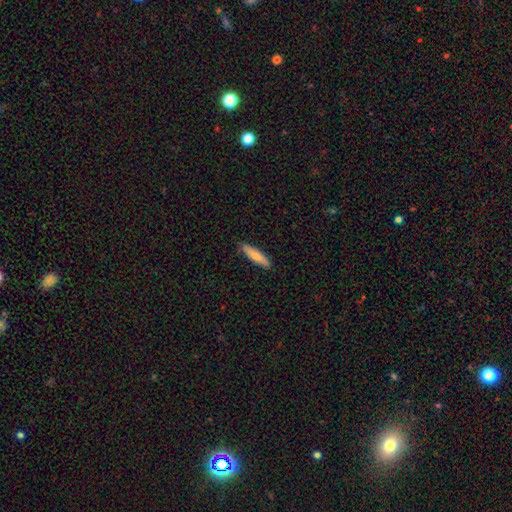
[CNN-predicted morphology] This appears to be a smooth galaxy with no disk features (79%) that is cigar-shaped (78%). Merging: none (87%).